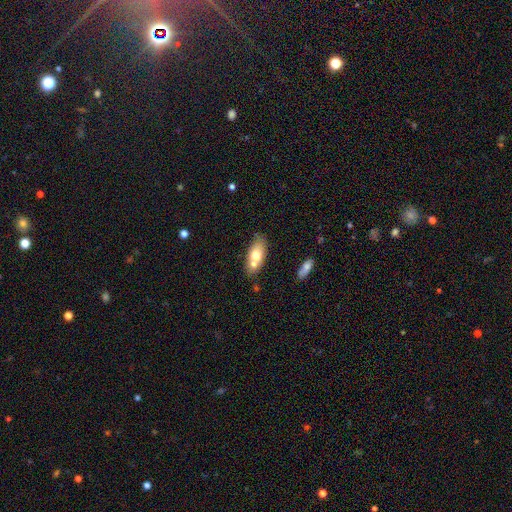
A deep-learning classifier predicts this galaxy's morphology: smooth 67%, featured or disk 26%, star or artifact 7%. Down the decision tree: how rounded — in between (83%); merging — none (53%).